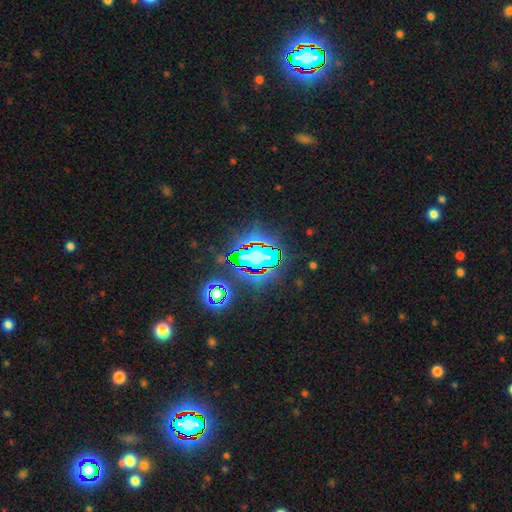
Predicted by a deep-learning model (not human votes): Smooth or featured? Predicted: star or artifact (p=0.73).